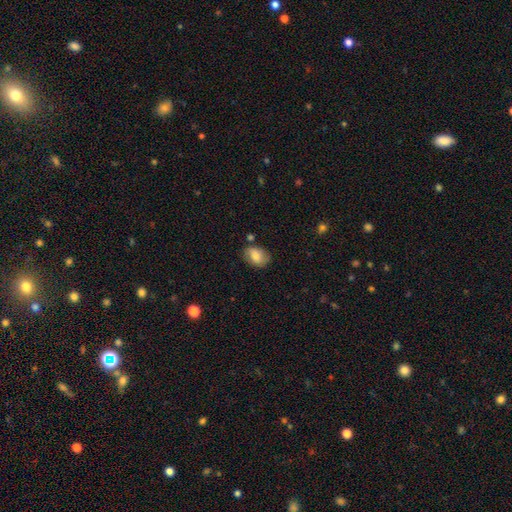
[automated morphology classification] Smooth or featured: smooth — 78% (featured or disk — 15%)
How rounded: in between — 76% (round — 22%)
Merging: none — 74% (minor disturbance — 18%)